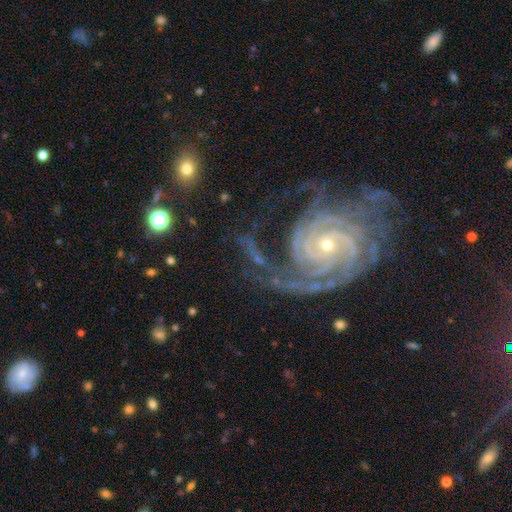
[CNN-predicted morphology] Smooth or featured: featured or disk — 90% (star or artifact — 6%)
Edge-on disk: no — 97% (yes — 3%)
Bar: no — 64% (weak — 22%)
Spiral arms: yes — 98% (no — 2%)
Spiral winding: tight — 75% (medium — 21%)
Spiral arm count: 3 — 27% (2 — 25%)
Bulge size: small — 73% (moderate — 24%)
Merging: none — 55% (minor disturbance — 21%)